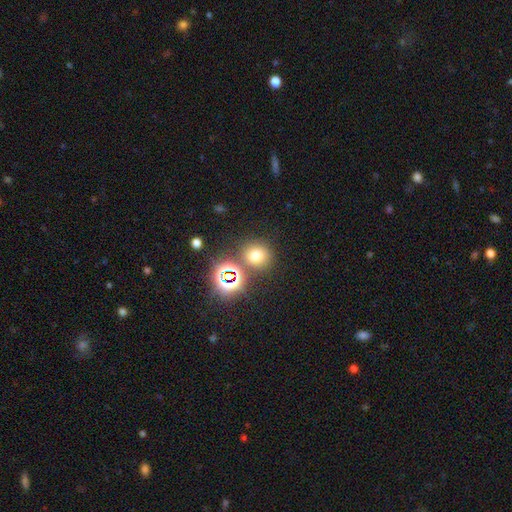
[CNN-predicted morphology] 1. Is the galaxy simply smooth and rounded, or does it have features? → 65% smooth, 27% star or artifact, 8% featured or disk.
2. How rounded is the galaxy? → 84% round, 15% in between, 1% cigar-shaped.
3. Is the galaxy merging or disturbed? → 76% none, 11% merger, 9% minor disturbance, 4% major disturbance.